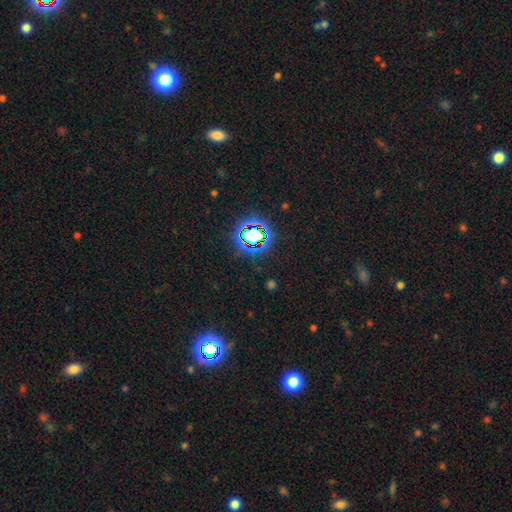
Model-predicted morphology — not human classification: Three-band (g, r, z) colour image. It shows a star or artifact, not a galaxy (78%).